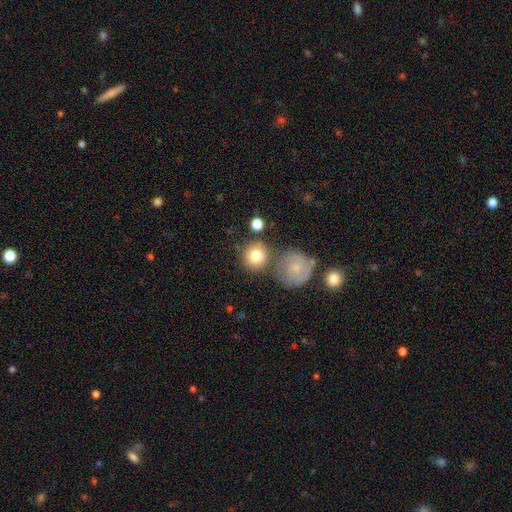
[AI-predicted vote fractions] smooth_or_featured: smooth (p=0.78) [alt: featured or disk p=0.13]
how_rounded: round (p=0.91) [alt: in between p=0.08]
merging: none (p=0.66) [alt: merger p=0.17]